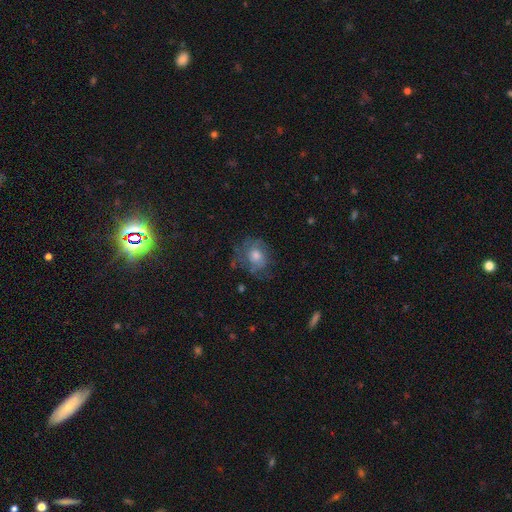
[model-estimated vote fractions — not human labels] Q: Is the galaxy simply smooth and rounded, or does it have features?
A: featured or disk — 46%.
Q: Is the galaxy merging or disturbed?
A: none — 61%.